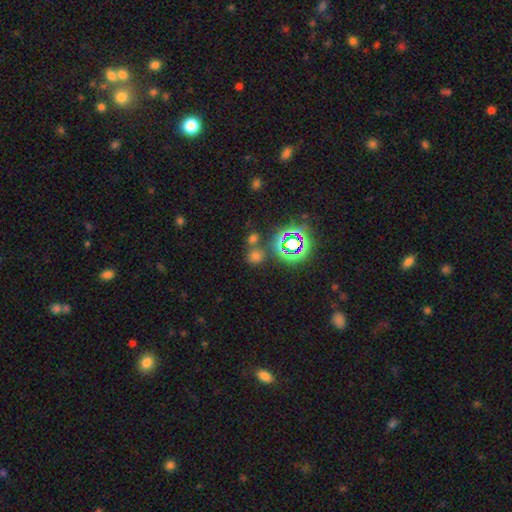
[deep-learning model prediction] Smooth or featured?
  - smooth: 58% *
  - star or artifact: 35%
  - featured or disk: 8%
How rounded?
  - round: 82% *
  - in between: 17%
  - cigar-shaped: 1%
Merging?
  - none: 65% *
  - merger: 22%
  - minor disturbance: 9%
  - major disturbance: 4%